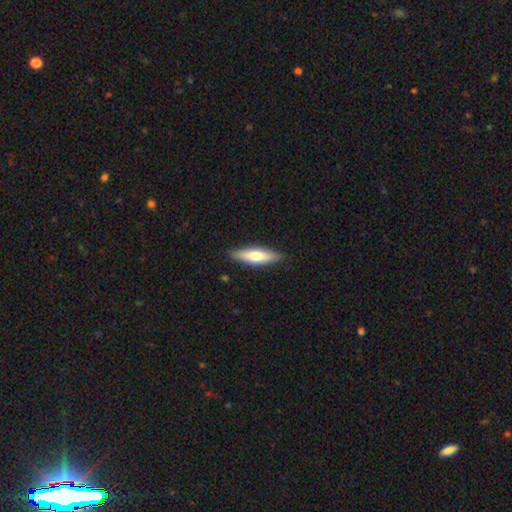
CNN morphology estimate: This appears to be a smooth galaxy with no disk features (63%) that is cigar-shaped (67%). Merging: none (88%).